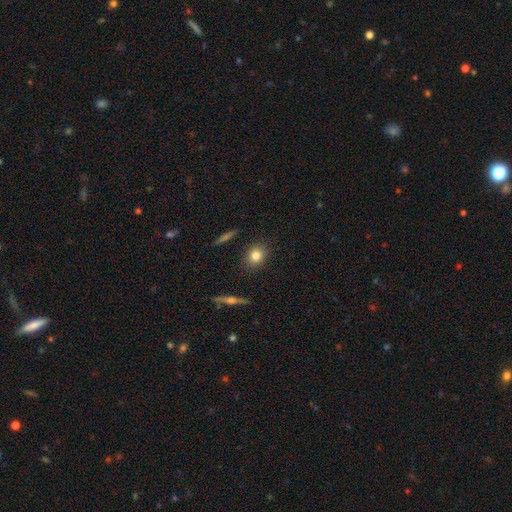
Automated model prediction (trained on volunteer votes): Morphology: type=smooth (79%); roundness=round (62%); merging=none (87%).